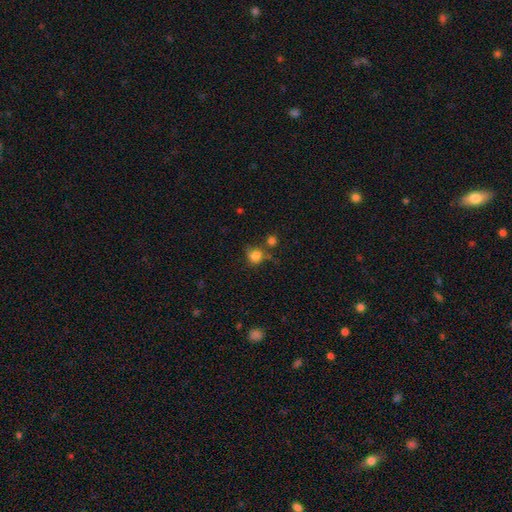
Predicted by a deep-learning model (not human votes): smooth 81%, star or artifact 11%, featured or disk 7%. Down the decision tree: how rounded — round (84%); merging — none (57%).